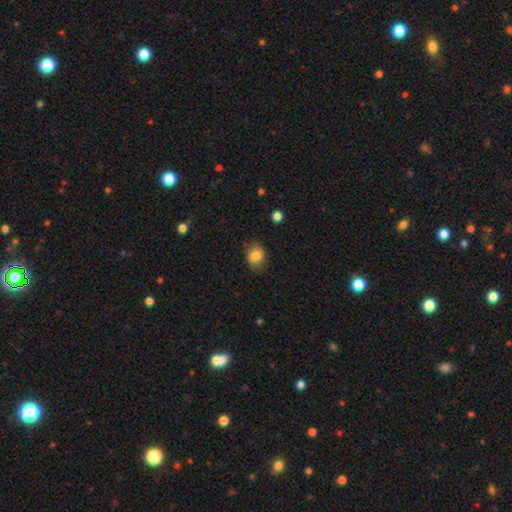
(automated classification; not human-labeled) A smooth galaxy with no disk features (82%) that is in between round and cigar-shaped (52%).

Vote fractions:
- Smooth or featured? smooth: 82% / star or artifact: 9% / featured or disk: 9%
- How rounded? in between: 52% / round: 47% / cigar-shaped: 1%
- Merging? none: 77% / minor disturbance: 18% / major disturbance: 4% / merger: 1%